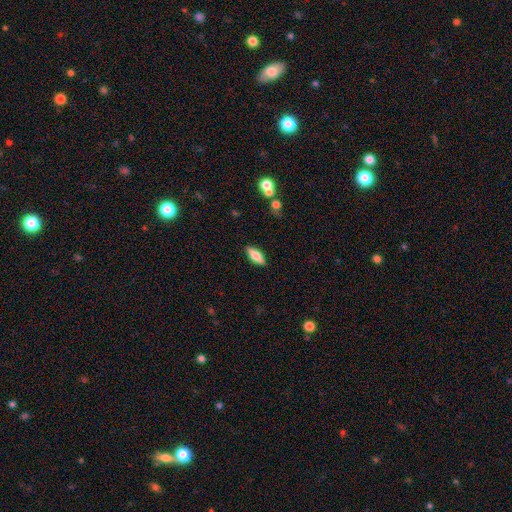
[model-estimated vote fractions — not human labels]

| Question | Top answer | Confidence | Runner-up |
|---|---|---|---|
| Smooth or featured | smooth | 65% | featured or disk (28%) |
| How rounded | in between | 63% | cigar-shaped (34%) |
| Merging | none | 87% | minor disturbance (9%) |